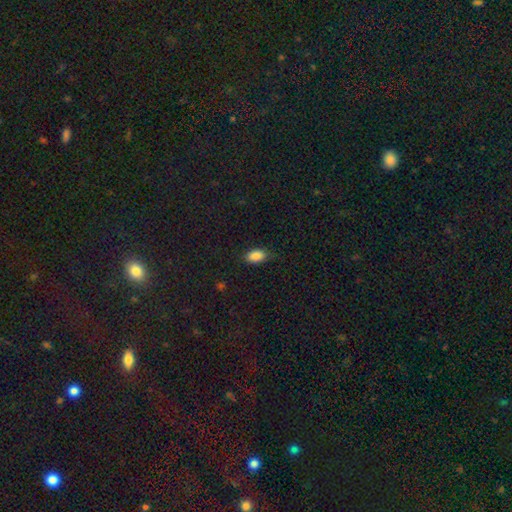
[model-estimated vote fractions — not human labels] A smooth galaxy with no disk features (87%) that is in between round and cigar-shaped (92%).

Vote fractions:
- Smooth or featured? smooth: 87% / star or artifact: 9% / featured or disk: 4%
- How rounded? in between: 92% / round: 5% / cigar-shaped: 3%
- Merging? none: 77% / minor disturbance: 18% / major disturbance: 4% / merger: 1%